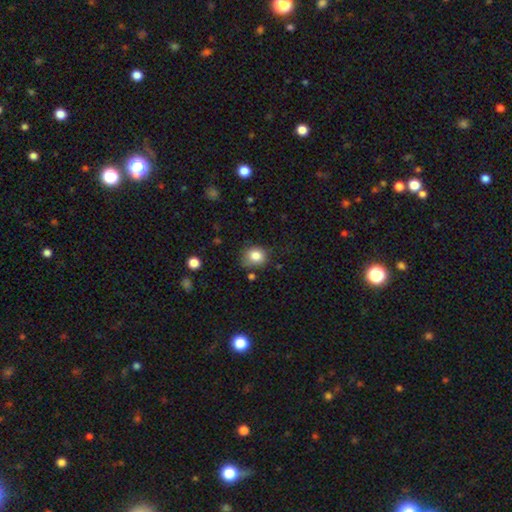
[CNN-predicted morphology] This is clearly a smooth galaxy (83%). How rounded: likely round (75%). Merging: likely none (71%).